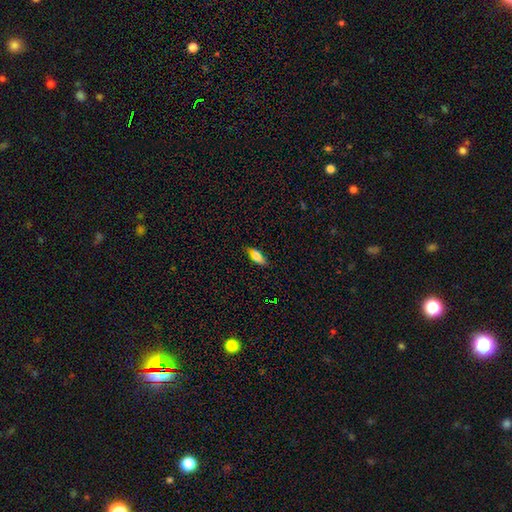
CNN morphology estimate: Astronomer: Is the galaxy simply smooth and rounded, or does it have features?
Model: smooth — 76%.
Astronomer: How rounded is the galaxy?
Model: in between — 76%.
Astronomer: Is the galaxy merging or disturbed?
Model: none — 77%.